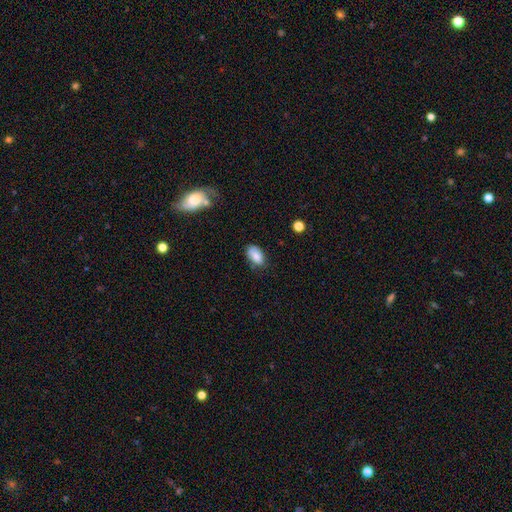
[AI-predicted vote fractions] Q: Smooth or featured?
A: smooth (82%); runner-up: featured or disk (9%)
Q: How rounded?
A: in between (93%); runner-up: round (5%)
Q: Merging?
A: none (67%); runner-up: minor disturbance (26%)